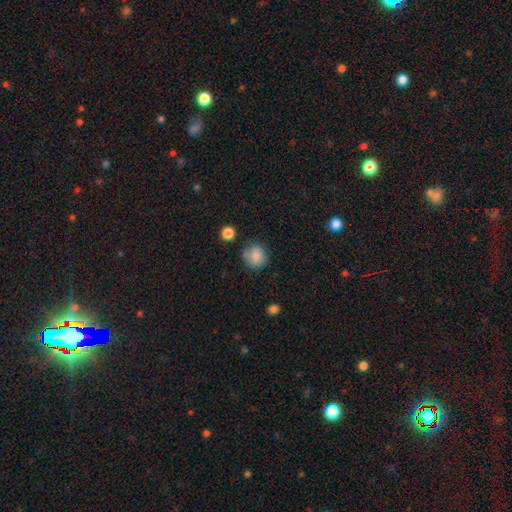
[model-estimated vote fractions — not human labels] Smooth or featured?
  - smooth: 84% *
  - star or artifact: 9%
  - featured or disk: 7%
How rounded?
  - round: 85% *
  - in between: 14%
  - cigar-shaped: 1%
Merging?
  - none: 72% *
  - minor disturbance: 18%
  - merger: 6%
  - major disturbance: 5%